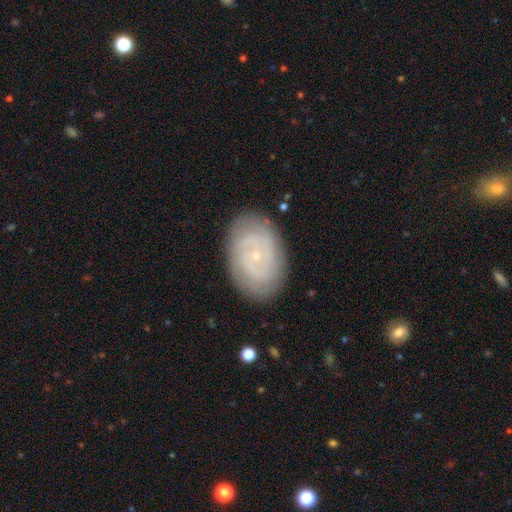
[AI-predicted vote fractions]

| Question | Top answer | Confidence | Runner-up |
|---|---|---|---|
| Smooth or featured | featured or disk | 80% | smooth (14%) |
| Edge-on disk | no | 97% | yes (3%) |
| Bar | no | 71% | weak (24%) |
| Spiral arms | yes | 94% | no (6%) |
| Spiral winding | tight | 67% | medium (26%) |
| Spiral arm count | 2 | 39% | can't tell (28%) |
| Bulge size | small | 87% | moderate (8%) |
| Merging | none | 83% | minor disturbance (13%) |